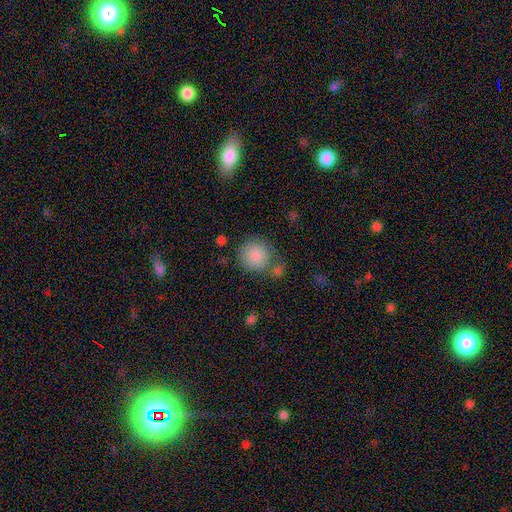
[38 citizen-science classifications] Smooth or featured: smooth — 89% (featured or disk — 8%)
How rounded: round — 100%
Merging: none — 57% (minor disturbance — 30%)